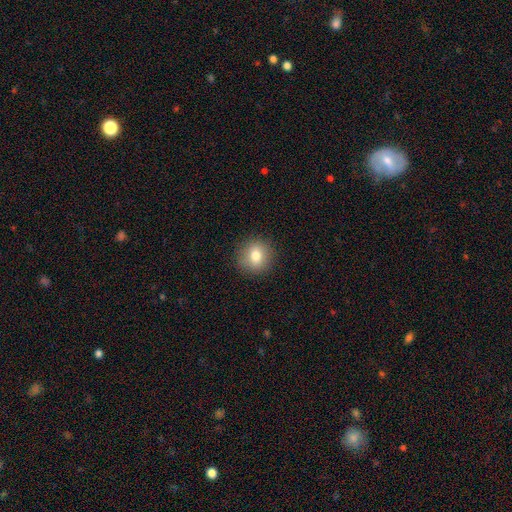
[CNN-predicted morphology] This is likely a smooth galaxy (78%). How rounded: clearly round (87%). Merging: clearly none (90%).